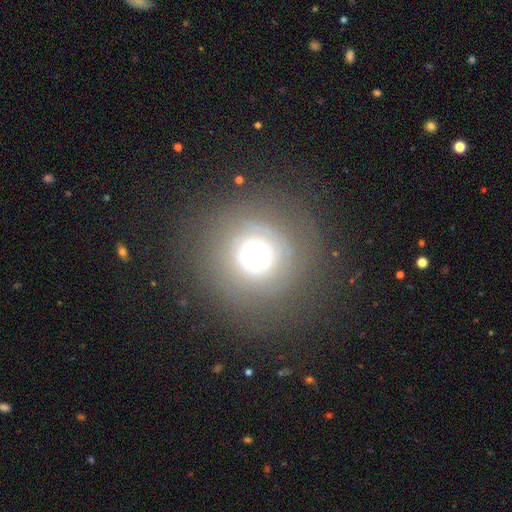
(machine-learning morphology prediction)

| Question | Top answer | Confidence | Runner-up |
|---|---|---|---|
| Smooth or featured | smooth | 46% | featured or disk (37%) |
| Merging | none | 78% | minor disturbance (11%) |